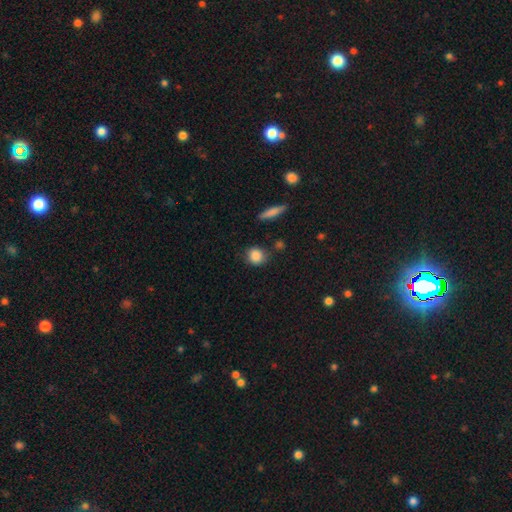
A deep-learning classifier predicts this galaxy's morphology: A smooth galaxy with no disk features (86%) that is round (78%).

Vote fractions:
- Smooth or featured? smooth: 86% / star or artifact: 8% / featured or disk: 5%
- How rounded? round: 78% / in between: 19% / cigar-shaped: 3%
- Merging? none: 74% / minor disturbance: 17% / merger: 5% / major disturbance: 4%